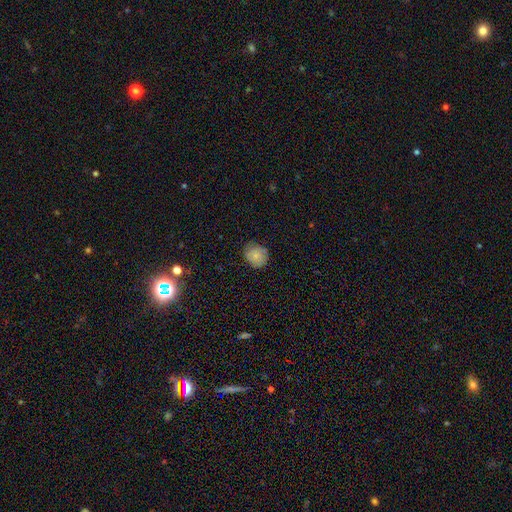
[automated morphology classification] smooth_or_featured: smooth (p=0.77) [alt: featured or disk p=0.15]
how_rounded: round (p=0.72) [alt: in between p=0.27]
merging: none (p=0.72) [alt: minor disturbance p=0.23]